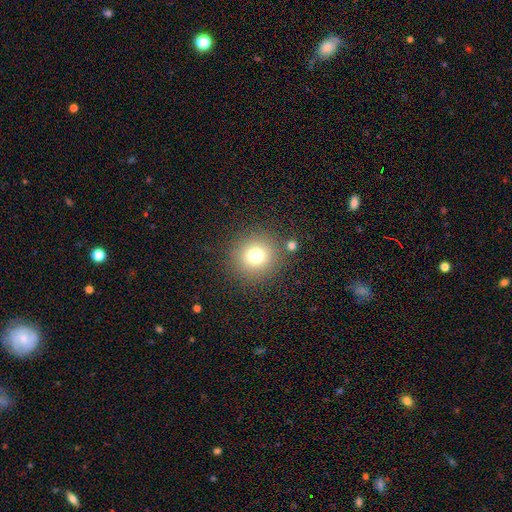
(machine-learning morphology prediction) This appears to be a smooth galaxy with no disk features (74%) that is round (93%). Merging: none (85%).